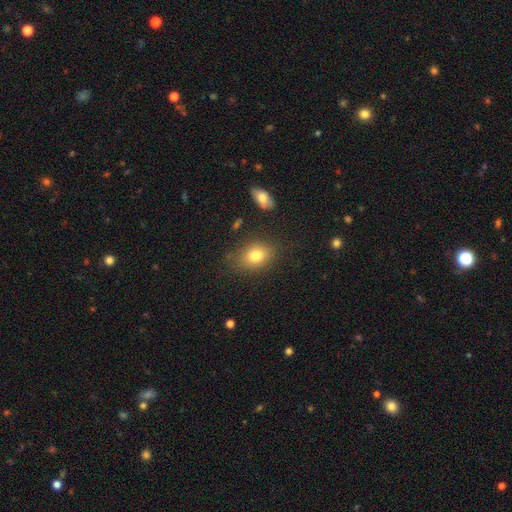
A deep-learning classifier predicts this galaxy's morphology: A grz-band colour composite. It shows a smooth galaxy with no disk features (79%) that is in between round and cigar-shaped (72%). Merging: none (80%).